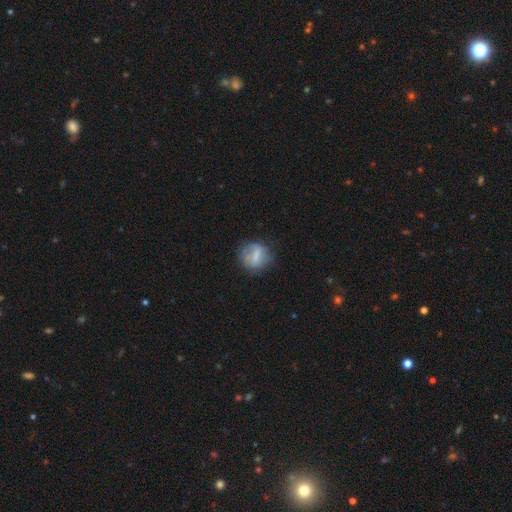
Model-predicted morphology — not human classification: A smooth galaxy with no disk features (57%) that is round (71%).

Vote fractions:
- Smooth or featured? smooth: 57% / featured or disk: 34% / star or artifact: 9%
- How rounded? round: 71% / in between: 27% / cigar-shaped: 2%
- Merging? none: 64% / minor disturbance: 23% / major disturbance: 11% / merger: 2%